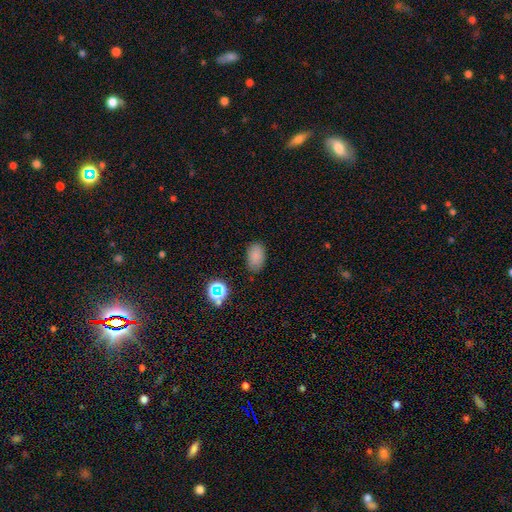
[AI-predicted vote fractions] A smooth galaxy with no disk features (81%) that is in between round and cigar-shaped (90%). Merging: none (80%).